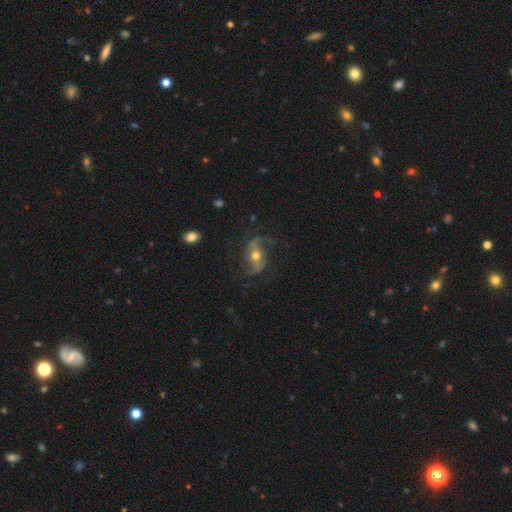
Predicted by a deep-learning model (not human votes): featured or disk 81%, smooth 12%, star or artifact 8%. Down the decision tree: edge-on disk — no (94%); bar — no (38%); spiral arms — yes (92%); spiral arm count — 2 (89%); spiral winding — loose (60%); bulge size — moderate (74%); merging — none (69%).